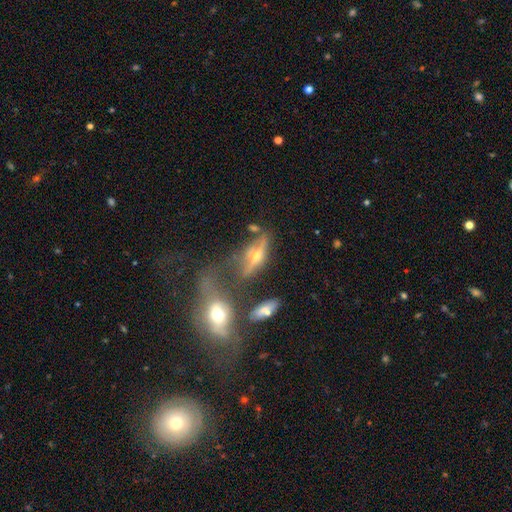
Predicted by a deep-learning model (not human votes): smooth-or-featured: featured or disk: 57% | smooth: 31% | star or artifact: 13%
  disk-edge-on: no: 58% | yes: 42%
  merging: merger: 33% | none: 26% | major disturbance: 26% | minor disturbance: 16%